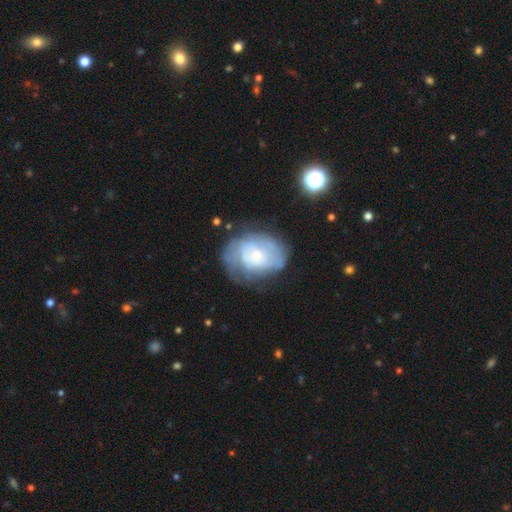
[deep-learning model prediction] smooth-or-featured: featured or disk: 61% | smooth: 30% | star or artifact: 8%
  disk-edge-on: no: 97% | yes: 3%
    bar: no: 76% | weak: 21% | strong: 4%
    has-spiral-arms: yes: 64% | no: 36%
    bulge-size: small: 64% | moderate: 27% | none: 4% | large: 3% | dominant: 1%
  merging: none: 53% | minor disturbance: 25% | major disturbance: 18% | merger: 3%